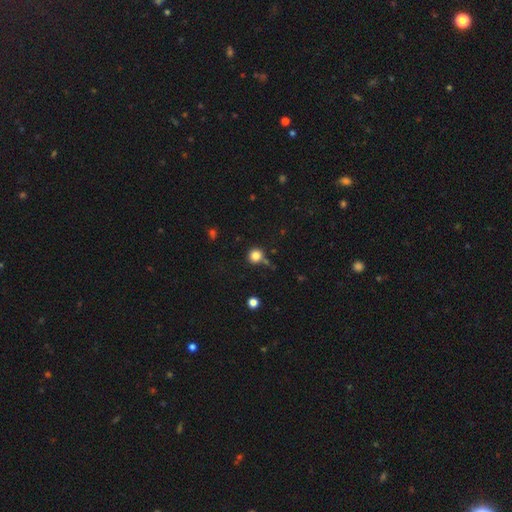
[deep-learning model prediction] Q: Smooth or featured?
A: smooth (83%); runner-up: star or artifact (12%)
Q: How rounded?
A: round (92%); runner-up: in between (7%)
Q: Merging?
A: none (77%); runner-up: minor disturbance (11%)